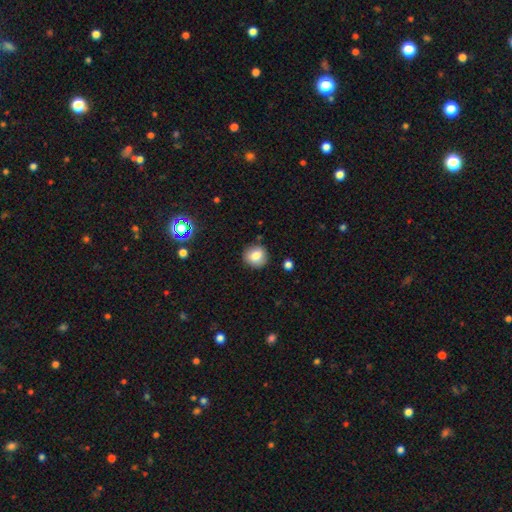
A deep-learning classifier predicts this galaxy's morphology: Smooth or featured? Predicted: smooth (p=0.81). How rounded? Predicted: round (p=0.88). Merging? Predicted: none (p=0.87).